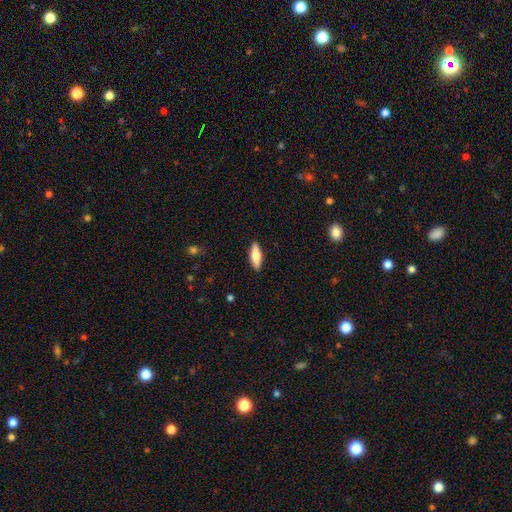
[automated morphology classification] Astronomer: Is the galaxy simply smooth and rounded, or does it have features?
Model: smooth — 73%.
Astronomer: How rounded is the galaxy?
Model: in between — 58% (runner-up: cigar-shaped, 40%).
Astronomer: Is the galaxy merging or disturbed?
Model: none — 89%.